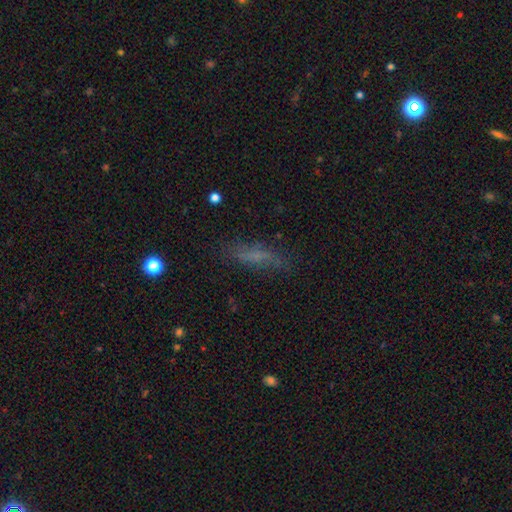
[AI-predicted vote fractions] The model was most divided on "smooth or featured": smooth: 52%, featured or disk: 33%, star or artifact: 16%. More confident: merging — none (70%); how rounded — cigar-shaped (64%).